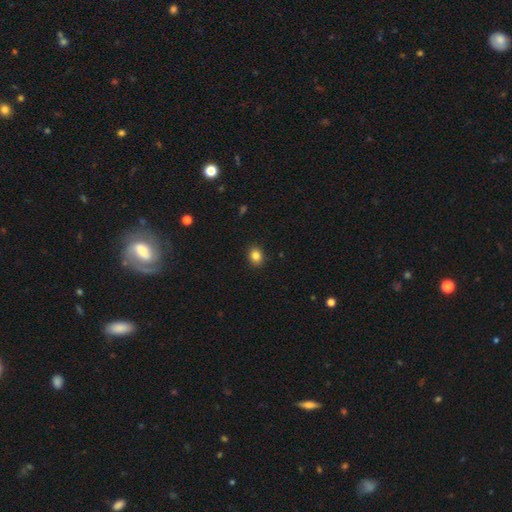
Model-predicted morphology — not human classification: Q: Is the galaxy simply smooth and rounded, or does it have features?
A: smooth — 85%.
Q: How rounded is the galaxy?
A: round — 56%.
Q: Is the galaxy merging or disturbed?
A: none — 90%.